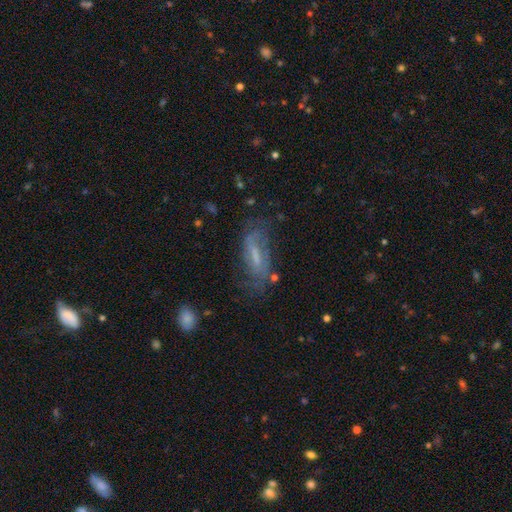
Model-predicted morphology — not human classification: This is possibly a featured or disk galaxy (59%). It is clearly not viewed edge-on (81%). Merging: likely none (60%).